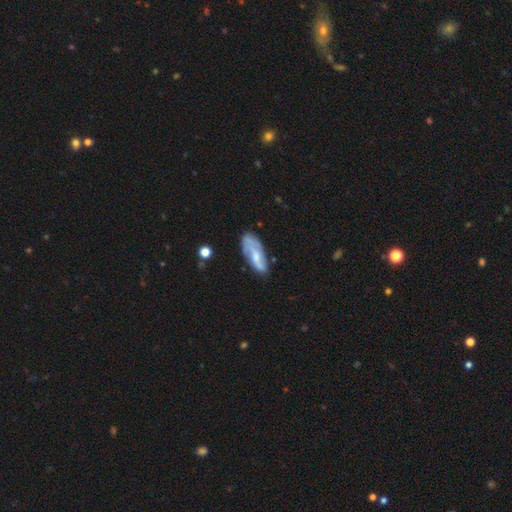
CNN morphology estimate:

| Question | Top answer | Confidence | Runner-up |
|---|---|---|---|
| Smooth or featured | featured or disk | 57% | smooth (36%) |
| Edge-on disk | no | 87% | yes (13%) |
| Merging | none | 61% | minor disturbance (25%) |